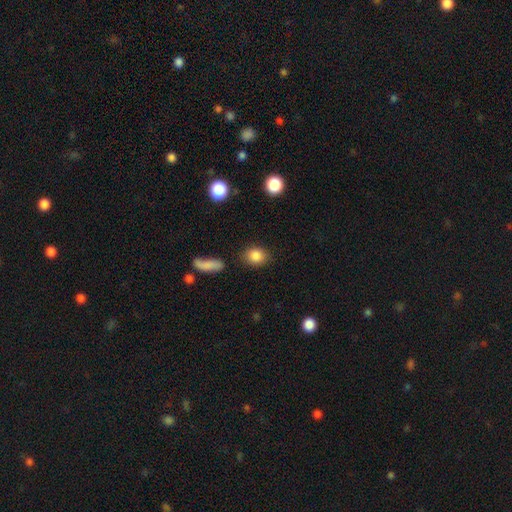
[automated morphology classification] smooth_or_featured: smooth (p=0.86) [alt: star or artifact p=0.09]
how_rounded: round (p=0.53) [alt: in between p=0.45]
merging: none (p=0.81) [alt: minor disturbance p=0.11]